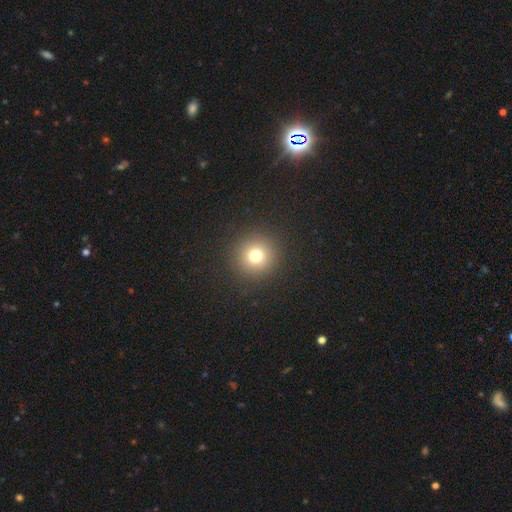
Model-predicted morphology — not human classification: This is likely a smooth galaxy (75%). How rounded: clearly round (95%). Merging: clearly none (91%).